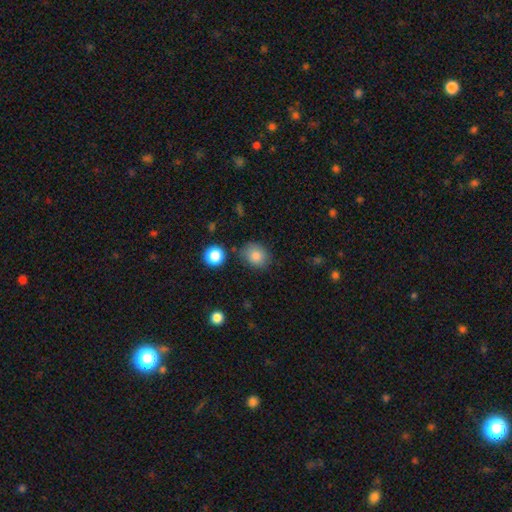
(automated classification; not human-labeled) A smooth galaxy with no disk features (84%) that is round (57%).

Vote fractions:
- Smooth or featured? smooth: 84% / star or artifact: 9% / featured or disk: 6%
- How rounded? round: 57% / in between: 42% / cigar-shaped: 1%
- Merging? none: 78% / minor disturbance: 14% / merger: 4% / major disturbance: 4%